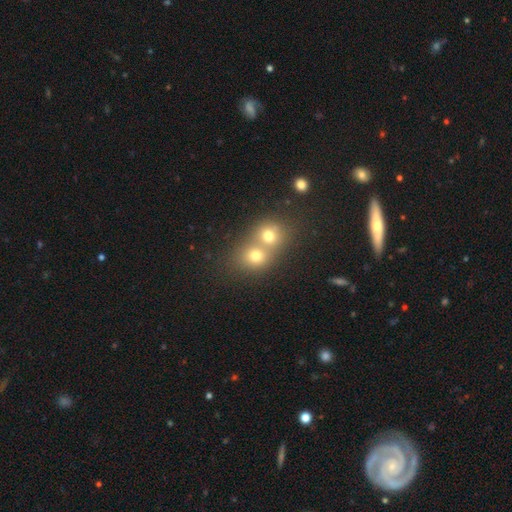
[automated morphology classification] A smooth galaxy with no disk features (72%) that is round (75%). Merging: merger (61%).